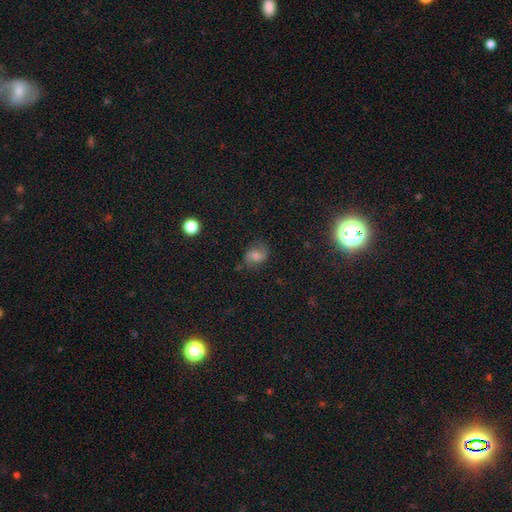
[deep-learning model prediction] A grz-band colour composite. It shows a featured or disk galaxy (52%) with no bar (48%), spiral arms (90%) and a moderate central bulge (45%). Merging: none (75%).